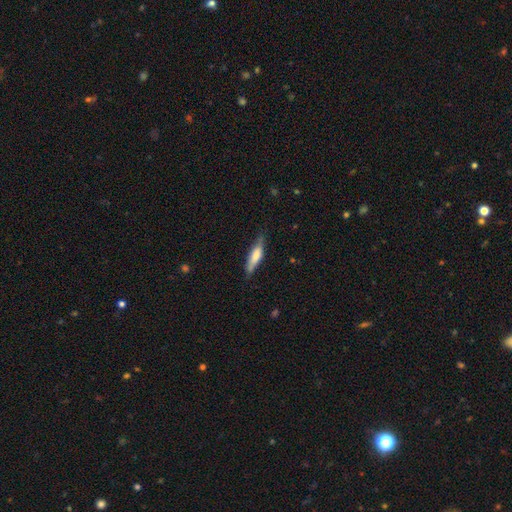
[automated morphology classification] smooth-or-featured: smooth: 64% | featured or disk: 30% | star or artifact: 6%
  how-rounded: cigar-shaped: 73% | in between: 26% | round: 2%
  merging: none: 74% | minor disturbance: 21% | major disturbance: 4% | merger: 2%